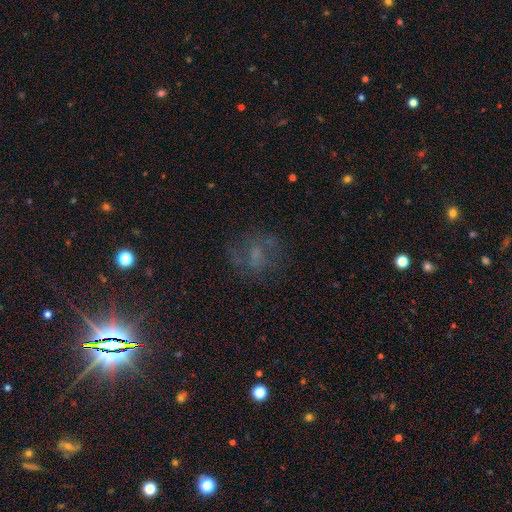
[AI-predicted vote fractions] Overall: featured or disk (40%; smooth 37%). Merging: none (64%).